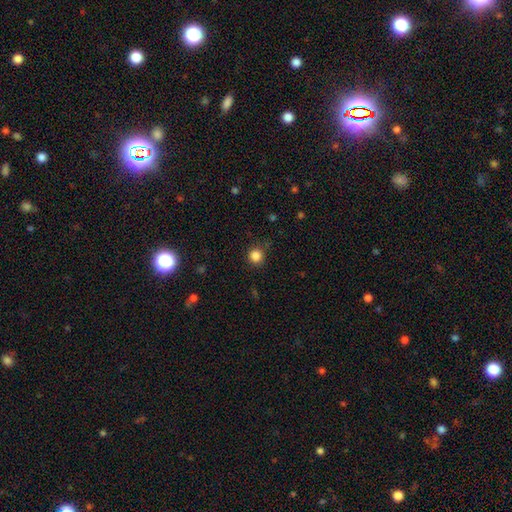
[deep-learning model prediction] Q: Smooth or featured?
A: smooth (85%); runner-up: star or artifact (12%)
Q: How rounded?
A: round (92%); runner-up: in between (7%)
Q: Merging?
A: none (84%); runner-up: minor disturbance (11%)